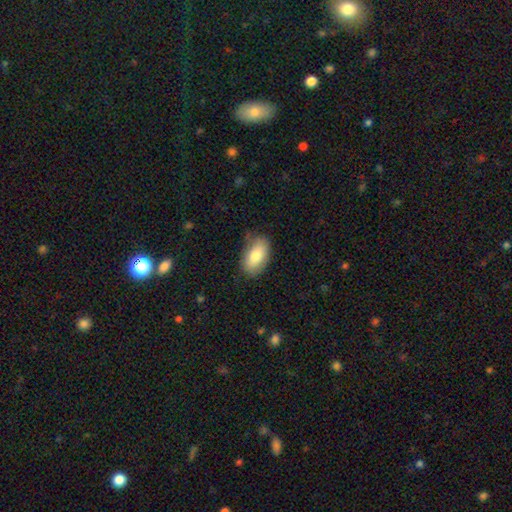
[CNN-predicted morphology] A smooth galaxy with no disk features (78%) that is in between round and cigar-shaped (92%).

Vote fractions:
- Smooth or featured? smooth: 78% / featured or disk: 15% / star or artifact: 7%
- How rounded? in between: 92% / round: 5% / cigar-shaped: 2%
- Merging? none: 76% / minor disturbance: 18% / major disturbance: 4% / merger: 1%